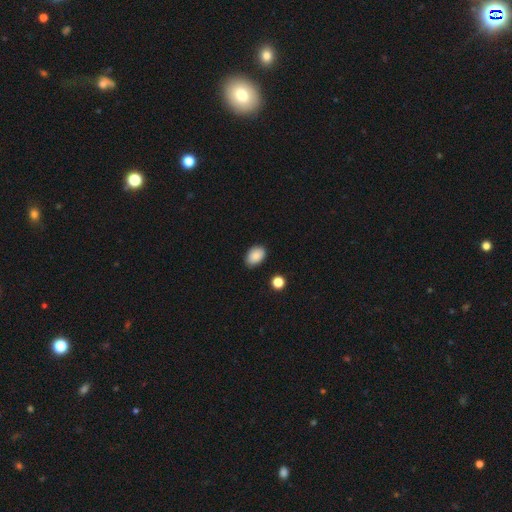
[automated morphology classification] A smooth galaxy with no disk features (87%) that is in between round and cigar-shaped (83%). Merging: none (83%).